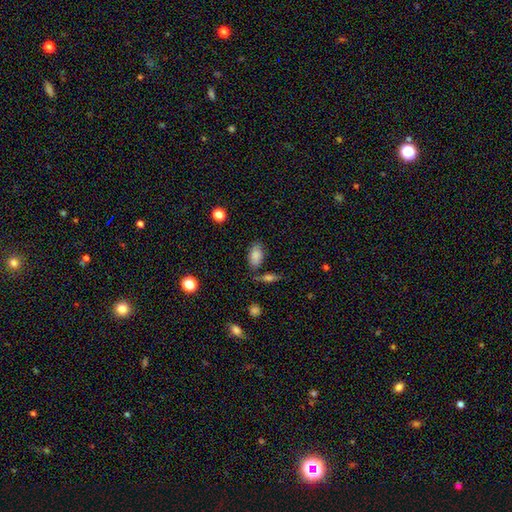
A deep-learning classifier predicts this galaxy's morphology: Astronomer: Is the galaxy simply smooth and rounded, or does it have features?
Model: smooth — 83%.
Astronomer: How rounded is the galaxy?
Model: in between — 91%.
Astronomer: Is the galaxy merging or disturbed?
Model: none — 69%.